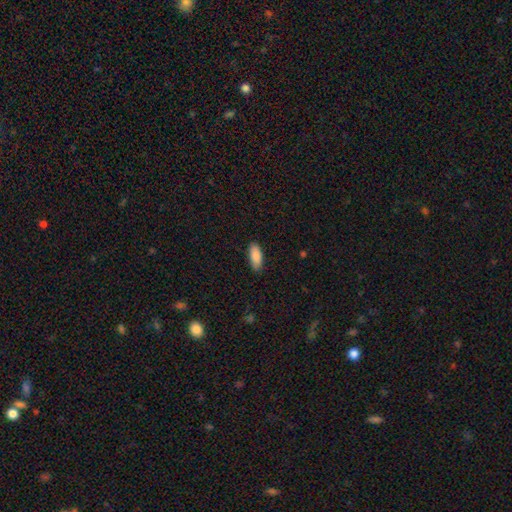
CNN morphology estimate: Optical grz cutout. It shows a smooth galaxy with no disk features (88%) that is in between round and cigar-shaped (81%). Merging: none (85%).